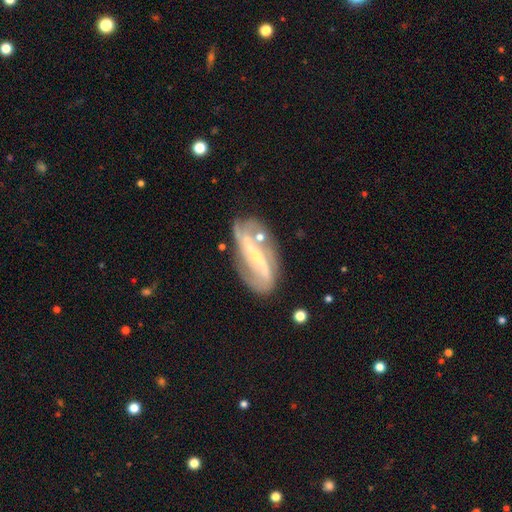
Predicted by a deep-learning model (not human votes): Morphology: type=featured or disk (81%); edge-on=no (88%); bar=strong (64%); spiral arms=yes (86%); winding=loose (52%); arm count=2 (79%); bulge=small (69%); merging=none (65%).